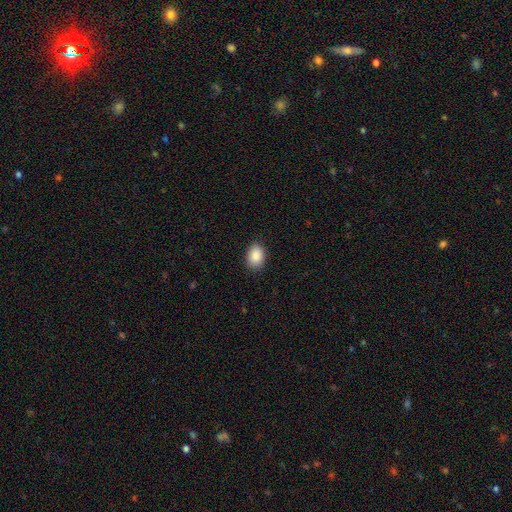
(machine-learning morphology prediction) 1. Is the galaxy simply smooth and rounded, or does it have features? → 89% smooth, 7% star or artifact, 4% featured or disk.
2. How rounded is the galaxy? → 79% in between, 20% round, 1% cigar-shaped.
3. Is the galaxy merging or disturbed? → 88% none, 9% minor disturbance, 2% major disturbance, 1% merger.